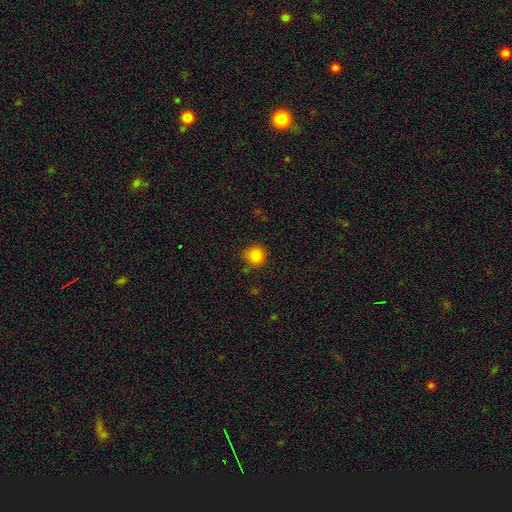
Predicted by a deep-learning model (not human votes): smooth 84%, star or artifact 12%, featured or disk 5%. Down the decision tree: how rounded — round (92%); merging — none (85%).